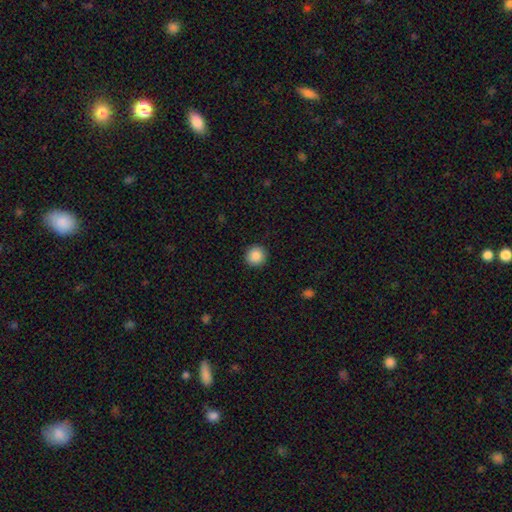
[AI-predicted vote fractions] Smooth or featured: smooth — 88% (star or artifact — 9%)
How rounded: round — 94% (in between — 5%)
Merging: none — 92% (minor disturbance — 5%)